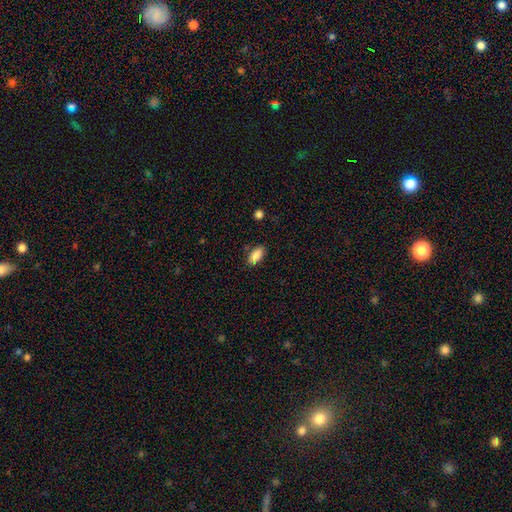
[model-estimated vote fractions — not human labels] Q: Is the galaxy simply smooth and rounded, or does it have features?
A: smooth — 86%.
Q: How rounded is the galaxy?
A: in between — 85%.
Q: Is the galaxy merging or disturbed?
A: none — 83%.